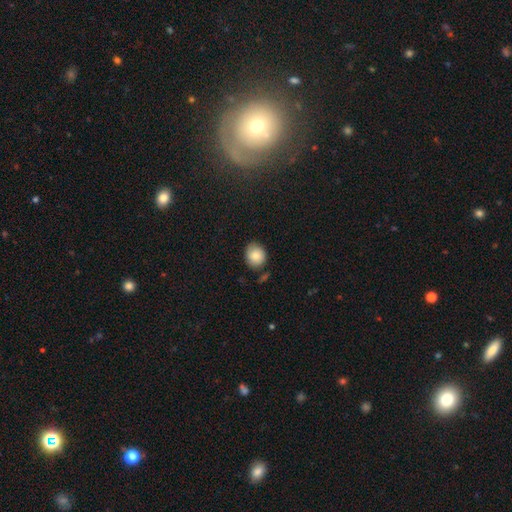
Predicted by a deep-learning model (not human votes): Morphology: type=smooth (82%); roundness=round (74%); merging=none (74%).